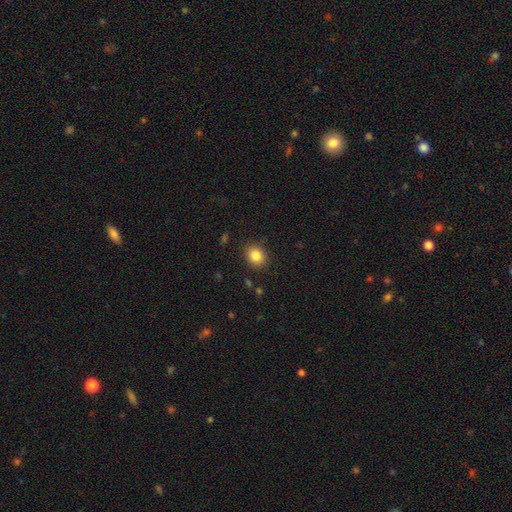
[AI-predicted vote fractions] This appears to be a smooth galaxy with no disk features (84%) that is round (67%). Merging: none (87%).